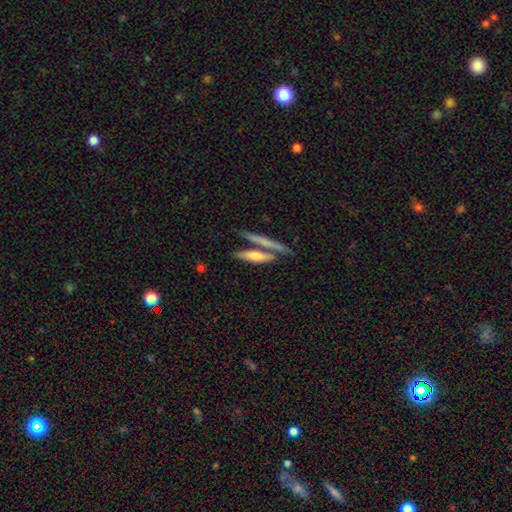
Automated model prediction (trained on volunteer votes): Smooth or featured?
  - smooth: 60% *
  - featured or disk: 34%
  - star or artifact: 6%
How rounded?
  - cigar-shaped: 83% *
  - in between: 14%
  - round: 3%
Merging?
  - none: 56% *
  - merger: 28%
  - minor disturbance: 11%
  - major disturbance: 4%